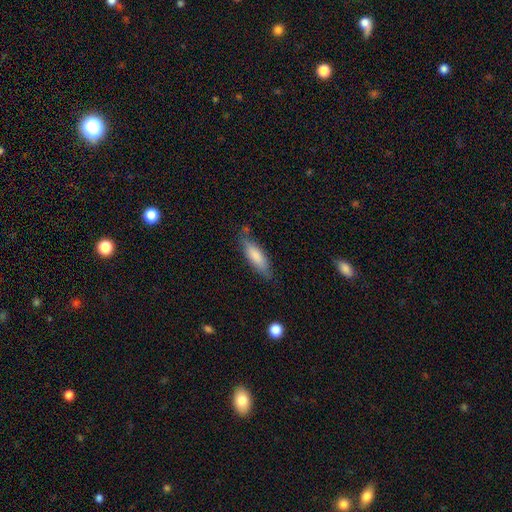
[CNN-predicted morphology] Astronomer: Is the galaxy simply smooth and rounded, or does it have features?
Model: smooth — 80%.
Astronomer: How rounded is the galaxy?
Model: in between — 52% (runner-up: cigar-shaped, 46%).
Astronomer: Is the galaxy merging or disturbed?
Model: none — 72%.